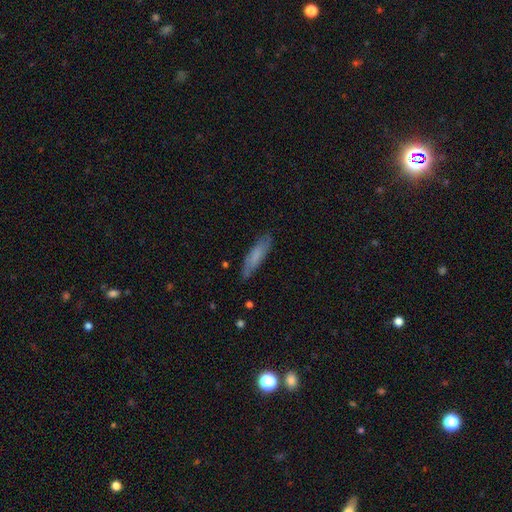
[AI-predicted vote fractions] Smooth or featured: smooth — 70% (featured or disk — 23%)
How rounded: cigar-shaped — 72% (in between — 26%)
Merging: none — 80% (minor disturbance — 16%)